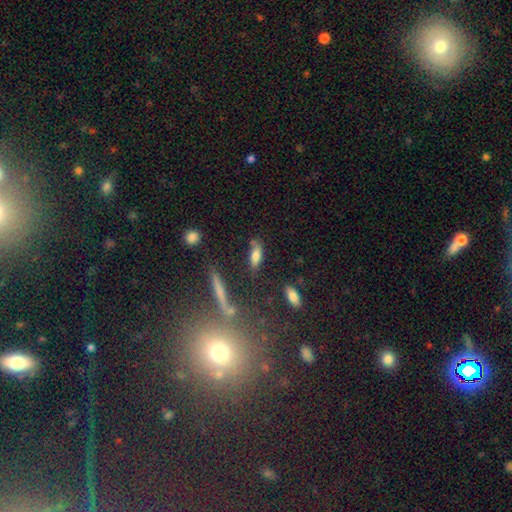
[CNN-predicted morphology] Q: Smooth or featured?
A: smooth (73%); runner-up: featured or disk (17%)
Q: How rounded?
A: in between (62%); runner-up: cigar-shaped (35%)
Q: Merging?
A: none (62%); runner-up: minor disturbance (21%)